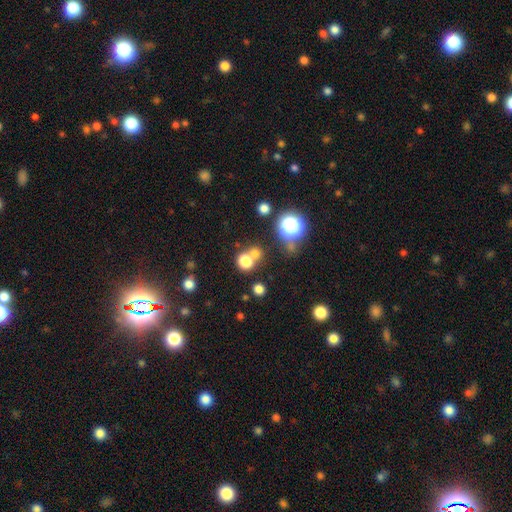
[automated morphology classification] Overall: smooth (65%; star or artifact 26%). How rounded: round (87%). Merging: none (60%; merger 29%).